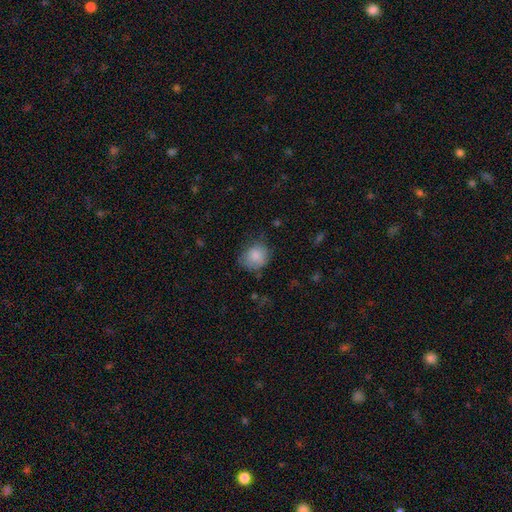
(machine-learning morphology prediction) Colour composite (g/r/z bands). It shows a smooth galaxy with no disk features (83%) that is round (70%). Merging: none (62%).